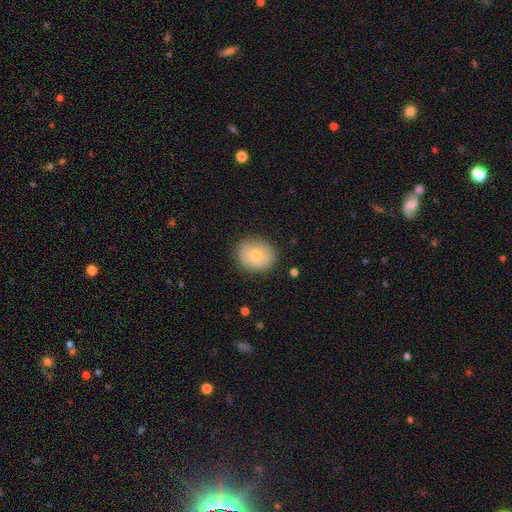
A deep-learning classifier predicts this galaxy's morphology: type=smooth (72%); roundness=round (59%); merging=none (81%).